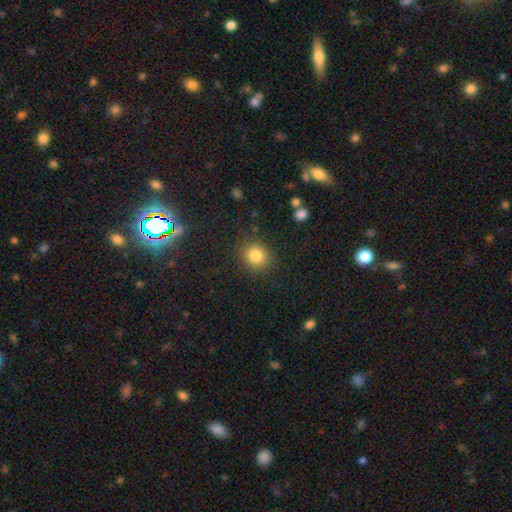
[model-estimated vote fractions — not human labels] smooth 84%, star or artifact 11%, featured or disk 6%. Down the decision tree: how rounded — round (76%); merging — none (85%).